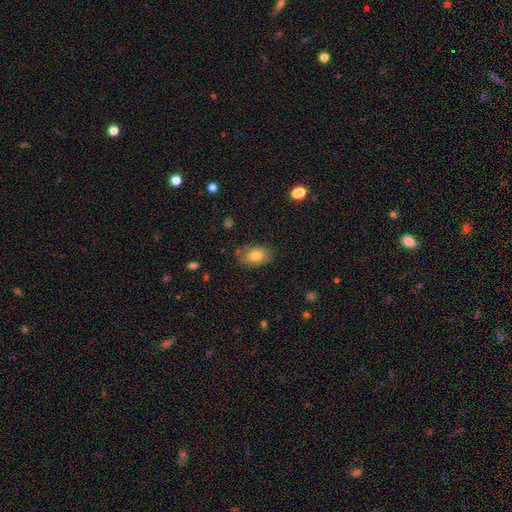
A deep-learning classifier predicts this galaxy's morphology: The model was most divided on "merging": none: 80%, minor disturbance: 15%, major disturbance: 3%, merger: 2%. More confident: how rounded — in between (88%); smooth or featured — smooth (79%).